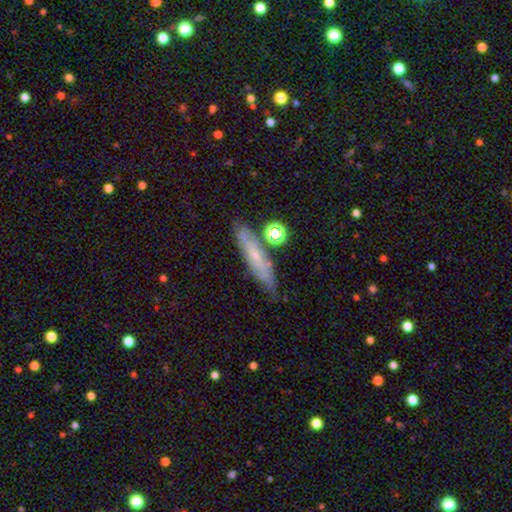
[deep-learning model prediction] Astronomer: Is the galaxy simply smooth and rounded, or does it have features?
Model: featured or disk — 50% (runner-up: smooth, 42%).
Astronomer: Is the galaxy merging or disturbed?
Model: none — 70%.